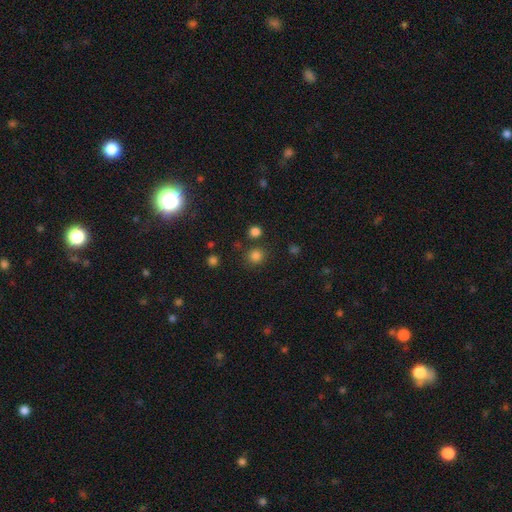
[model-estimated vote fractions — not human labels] smooth_or_featured: smooth (p=0.81) [alt: star or artifact p=0.15]
how_rounded: round (p=0.90) [alt: in between p=0.10]
merging: none (p=0.83) [alt: minor disturbance p=0.08]